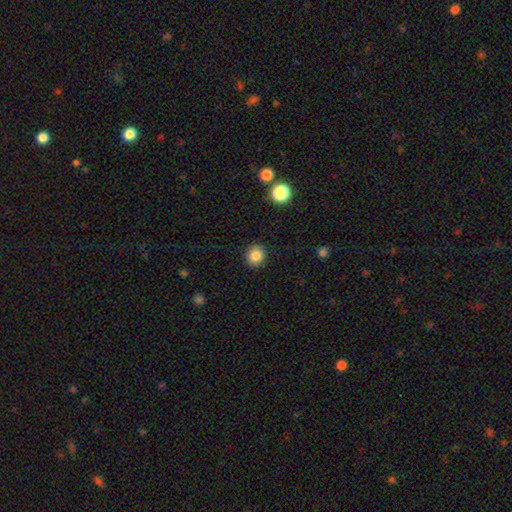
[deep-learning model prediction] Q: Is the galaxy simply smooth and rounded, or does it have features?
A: smooth — 85%.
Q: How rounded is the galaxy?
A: round — 89%.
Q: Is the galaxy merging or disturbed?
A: none — 92%.